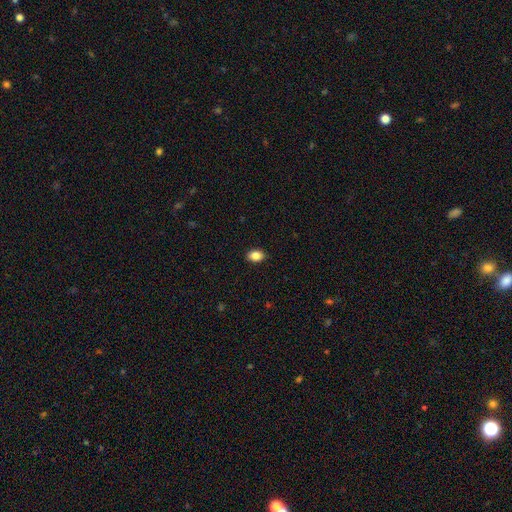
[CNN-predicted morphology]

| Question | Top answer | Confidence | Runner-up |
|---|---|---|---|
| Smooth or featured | smooth | 87% | star or artifact (9%) |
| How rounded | in between | 78% | round (20%) |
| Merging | none | 90% | minor disturbance (8%) |